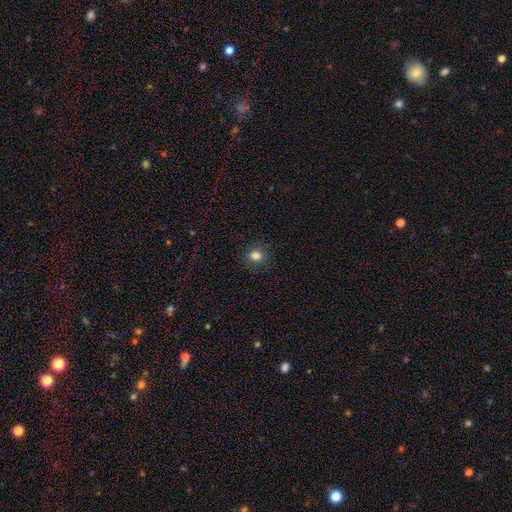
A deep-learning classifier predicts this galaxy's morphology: The model was most divided on "how rounded": round: 82%, in between: 17%, cigar-shaped: 1%. More confident: merging — none (90%); smooth or featured — smooth (83%).